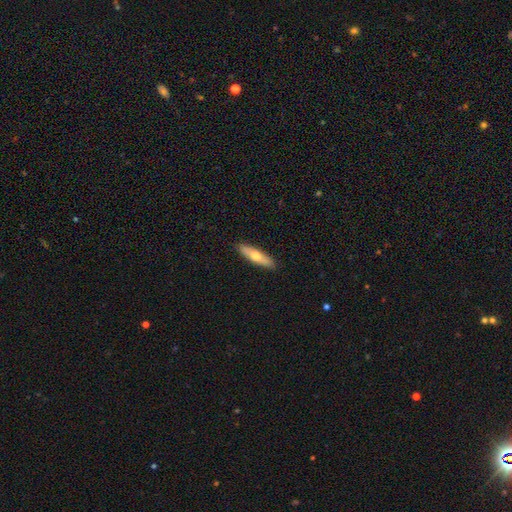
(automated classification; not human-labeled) Smooth or featured?
  - smooth: 59% *
  - featured or disk: 36%
  - star or artifact: 5%
How rounded?
  - cigar-shaped: 69% *
  - in between: 29%
  - round: 2%
Merging?
  - none: 90% *
  - minor disturbance: 7%
  - major disturbance: 2%
  - merger: 1%